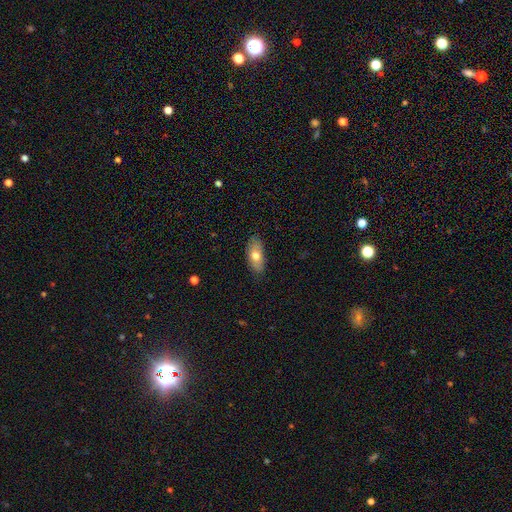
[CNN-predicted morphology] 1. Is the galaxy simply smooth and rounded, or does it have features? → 69% smooth, 25% featured or disk, 7% star or artifact.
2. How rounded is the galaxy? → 86% in between, 10% cigar-shaped, 4% round.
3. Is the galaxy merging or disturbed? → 84% none, 12% minor disturbance, 2% major disturbance, 1% merger.